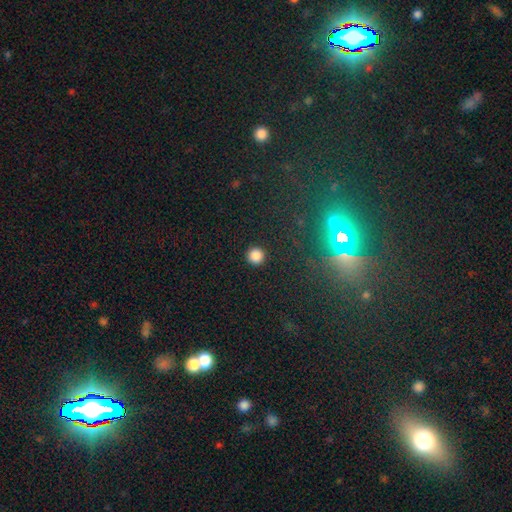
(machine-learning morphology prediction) A smooth galaxy with no disk features (85%) that is round (96%).

Vote fractions:
- Smooth or featured? smooth: 85% / star or artifact: 12% / featured or disk: 3%
- How rounded? round: 96% / in between: 3% / cigar-shaped: 1%
- Merging? none: 93% / minor disturbance: 4% / major disturbance: 2% / merger: 1%